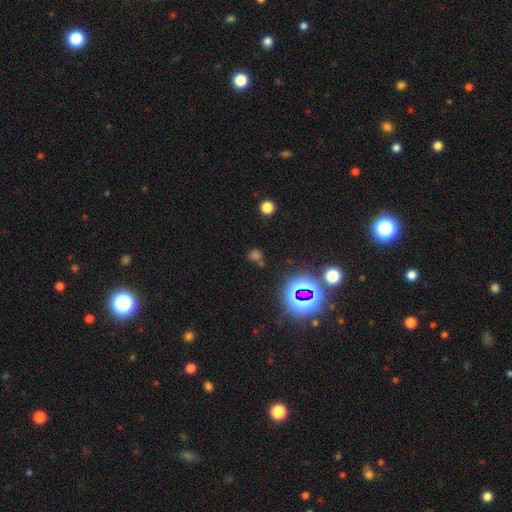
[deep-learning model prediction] star or artifact 58%, smooth 34%, featured or disk 9%.